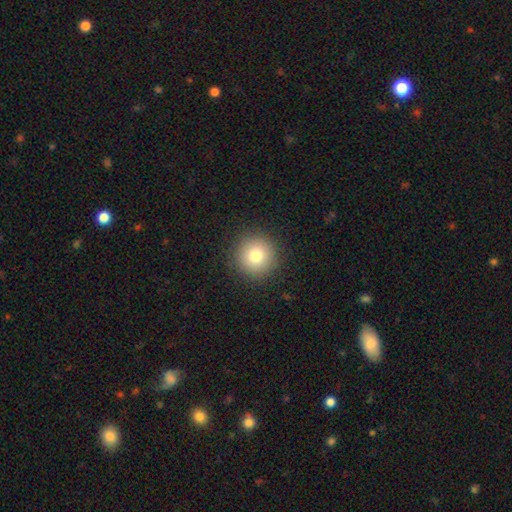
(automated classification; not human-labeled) smooth-or-featured: smooth: 79% | star or artifact: 11% | featured or disk: 10%
  how-rounded: round: 95% | in between: 4% | cigar-shaped: 1%
  merging: none: 91% | minor disturbance: 6% | major disturbance: 2% | merger: 1%